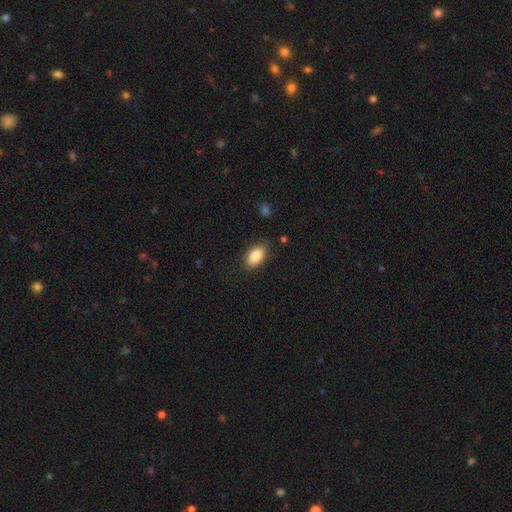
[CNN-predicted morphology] smooth-or-featured: smooth: 84% | featured or disk: 8% | star or artifact: 7%
  how-rounded: in between: 90% | round: 8% | cigar-shaped: 2%
  merging: none: 83% | minor disturbance: 13% | major disturbance: 3% | merger: 1%